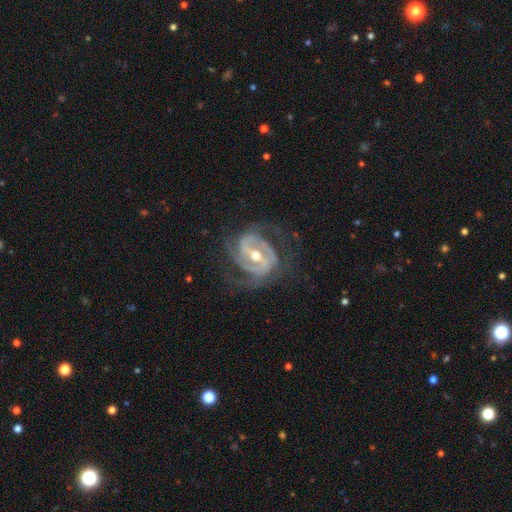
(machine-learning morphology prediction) Overall: featured or disk (91%). Edge-on disk: no (97%). Bar: strong (48%; weak 36%). Spiral arms: yes (97%). Spiral arm count: 2 (39%; 3 33%). Spiral winding: medium (46%; tight 40%). Bulge size: moderate (63%; small 32%). Merging: none (66%).